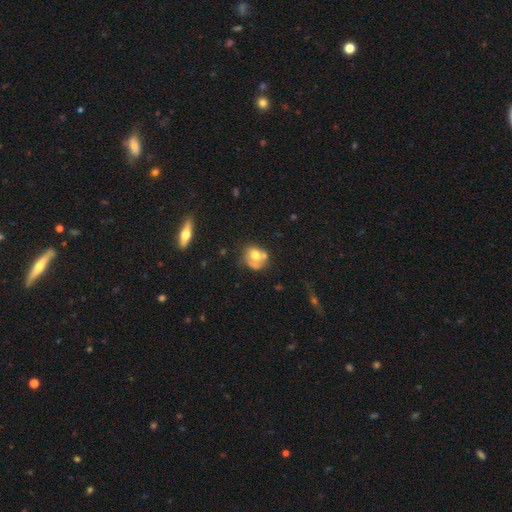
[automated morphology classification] Smooth or featured? smooth (56%)
How rounded? round (60%)
Merging? none (37%)